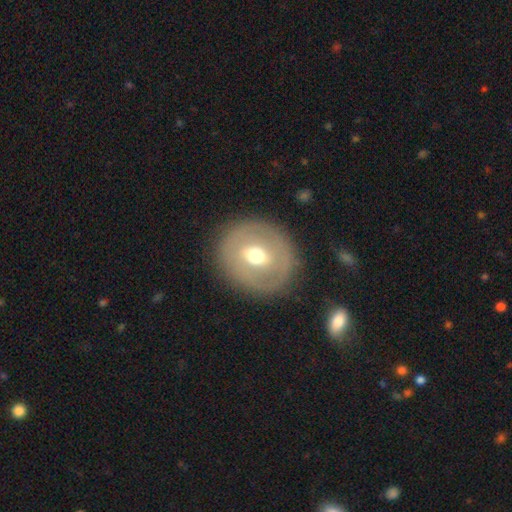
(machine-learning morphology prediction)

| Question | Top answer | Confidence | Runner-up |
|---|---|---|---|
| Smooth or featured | featured or disk | 46% | smooth (45%) |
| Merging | none | 85% | minor disturbance (9%) |